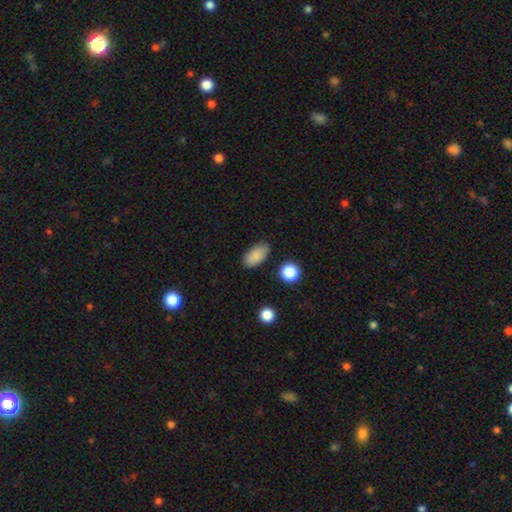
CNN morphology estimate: Smooth or featured? smooth (86%)
How rounded? in between (92%)
Merging? none (82%)